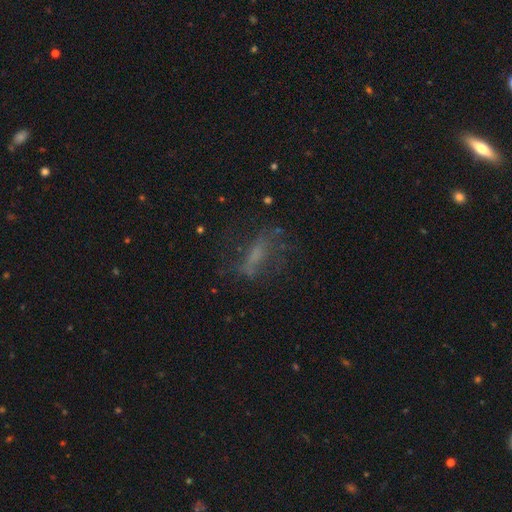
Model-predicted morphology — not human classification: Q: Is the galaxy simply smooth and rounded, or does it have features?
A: featured or disk — 43%.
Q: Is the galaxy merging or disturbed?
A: none — 55%.